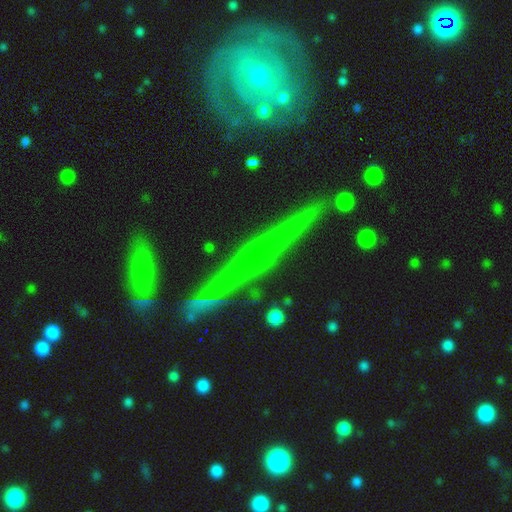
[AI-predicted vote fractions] This appears to be a featured or disk galaxy (76%) viewed edge-on (91%) with no central bulge (55%). Merging: none (81%).